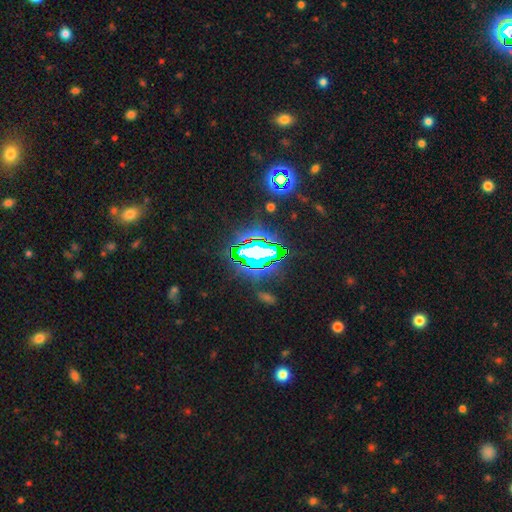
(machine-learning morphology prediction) smooth_or_featured: star or artifact (p=0.73) [alt: featured or disk p=0.13]